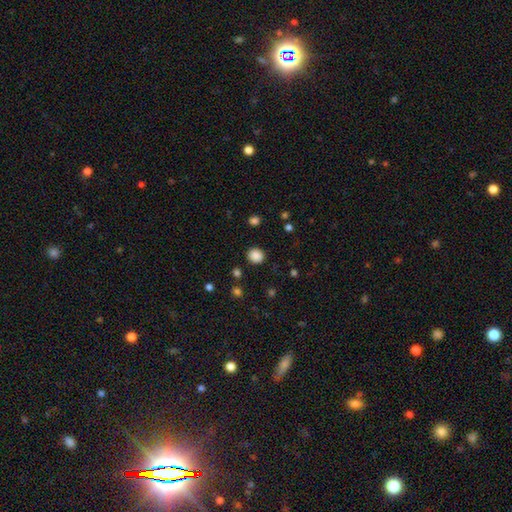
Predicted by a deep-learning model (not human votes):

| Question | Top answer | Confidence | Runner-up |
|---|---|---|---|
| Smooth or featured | smooth | 86% | star or artifact (11%) |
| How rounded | round | 85% | in between (14%) |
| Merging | none | 89% | minor disturbance (7%) |